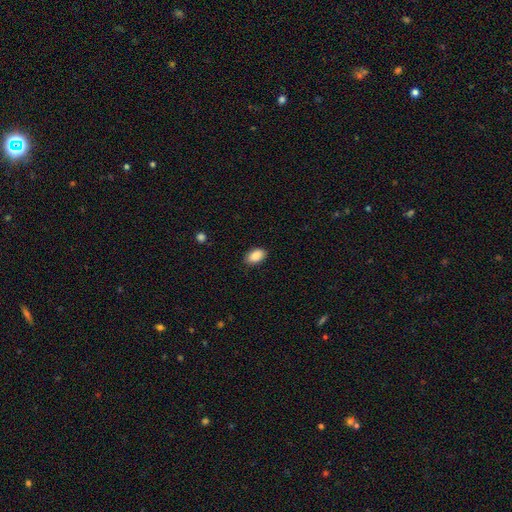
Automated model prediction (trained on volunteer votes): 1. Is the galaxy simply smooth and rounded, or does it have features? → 88% smooth, 7% star or artifact, 5% featured or disk.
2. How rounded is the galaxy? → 92% in between, 6% round, 2% cigar-shaped.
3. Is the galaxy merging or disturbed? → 87% none, 10% minor disturbance, 2% major disturbance, 1% merger.